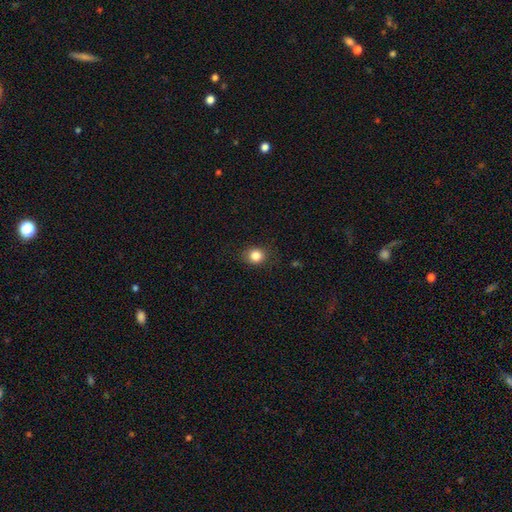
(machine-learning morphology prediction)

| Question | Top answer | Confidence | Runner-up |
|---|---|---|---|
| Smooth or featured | smooth | 84% | star or artifact (11%) |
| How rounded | round | 76% | in between (23%) |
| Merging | none | 84% | minor disturbance (11%) |